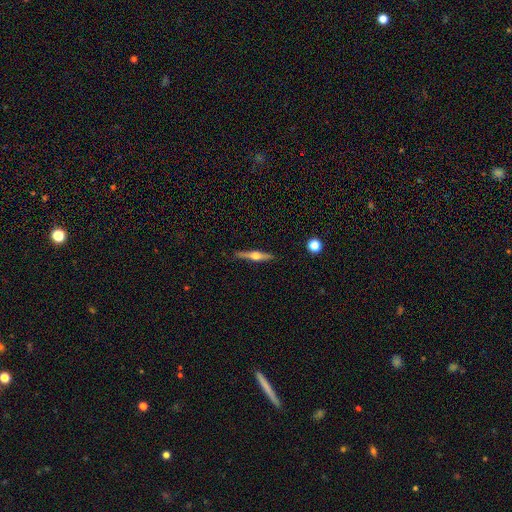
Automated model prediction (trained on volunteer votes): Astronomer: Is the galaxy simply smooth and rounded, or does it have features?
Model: featured or disk — 72%.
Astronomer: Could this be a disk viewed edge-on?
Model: yes — 98%.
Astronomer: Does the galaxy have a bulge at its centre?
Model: rounded — 94%.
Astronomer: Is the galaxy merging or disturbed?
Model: none — 89%.